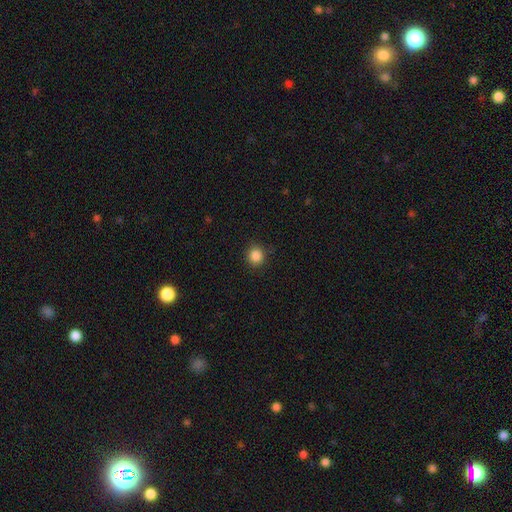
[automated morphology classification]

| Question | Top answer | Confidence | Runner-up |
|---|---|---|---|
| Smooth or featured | smooth | 86% | star or artifact (10%) |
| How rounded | round | 89% | in between (10%) |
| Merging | none | 89% | minor disturbance (8%) |